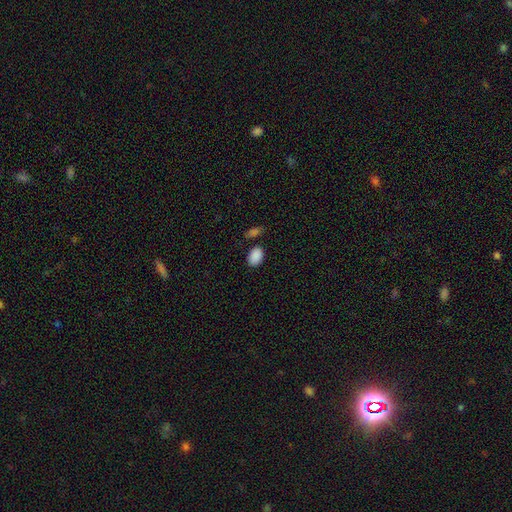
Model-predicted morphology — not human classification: The model was most divided on "merging": none: 76%, minor disturbance: 14%, merger: 7%, major disturbance: 4%. More confident: smooth or featured — smooth (89%); how rounded — in between (86%).